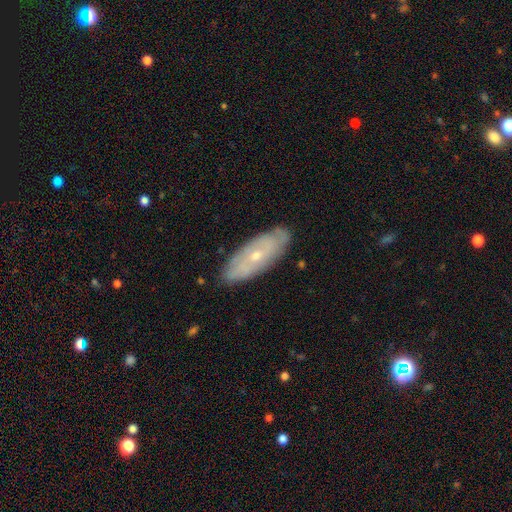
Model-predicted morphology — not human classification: featured or disk 63%, smooth 30%, star or artifact 7%. Down the decision tree: edge-on disk — no (80%); bar — no (76%); spiral arms — yes (66%); bulge size — small (66%); merging — none (84%).